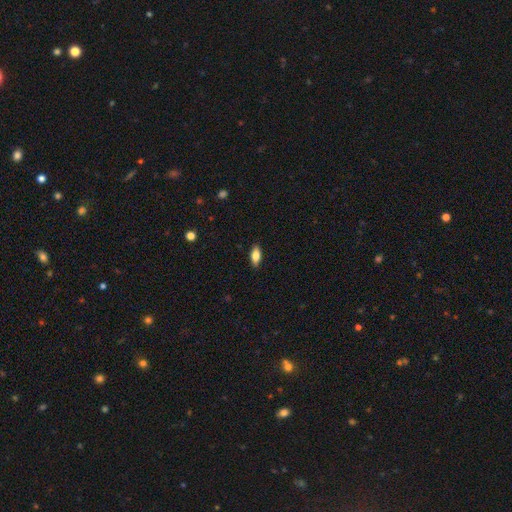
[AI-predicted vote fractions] Smooth or featured? smooth (77%)
How rounded? in between (84%)
Merging? none (89%)